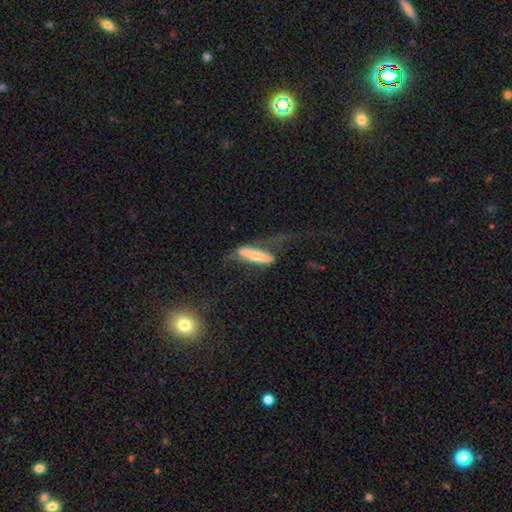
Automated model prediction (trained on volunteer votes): smooth 52%, featured or disk 41%, star or artifact 7%. Down the decision tree: how rounded — cigar-shaped (73%); merging — major disturbance (48%).